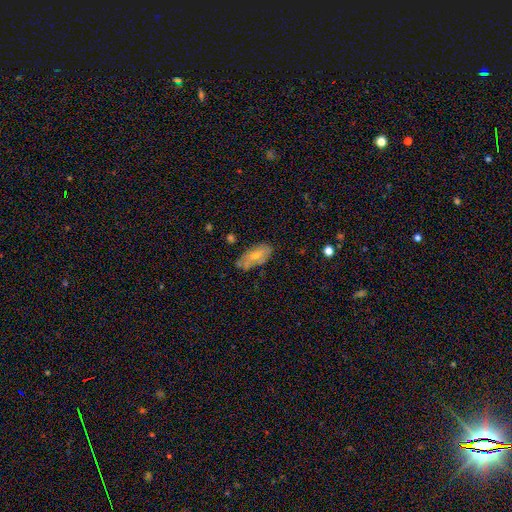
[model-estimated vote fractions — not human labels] This appears to be a featured or disk galaxy (45%, tied with smooth). Merging: none (69%).